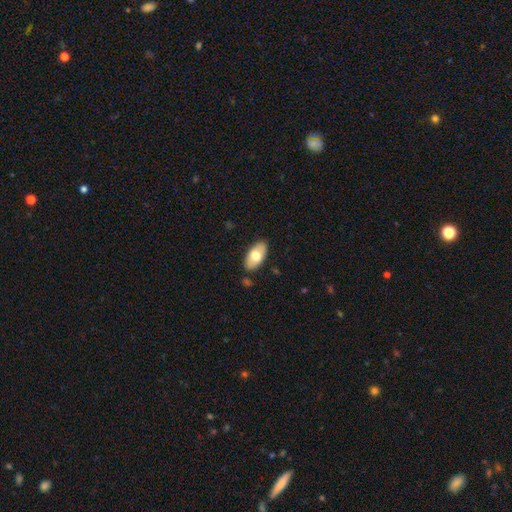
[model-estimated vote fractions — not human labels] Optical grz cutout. It shows a smooth galaxy with no disk features (70%) that is in between round and cigar-shaped (94%). Merging: none (85%).